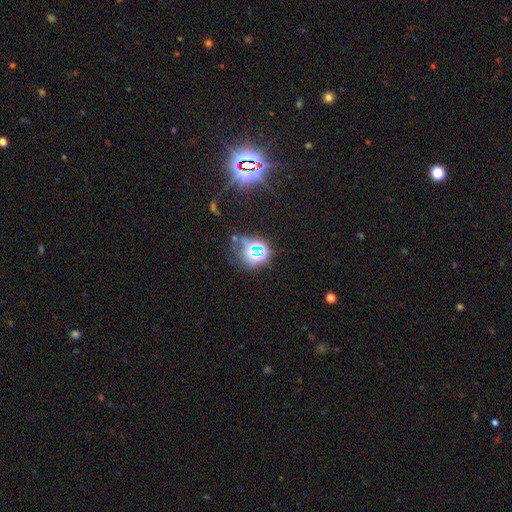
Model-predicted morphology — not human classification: smooth_or_featured: star or artifact (p=0.73) [alt: smooth p=0.16]